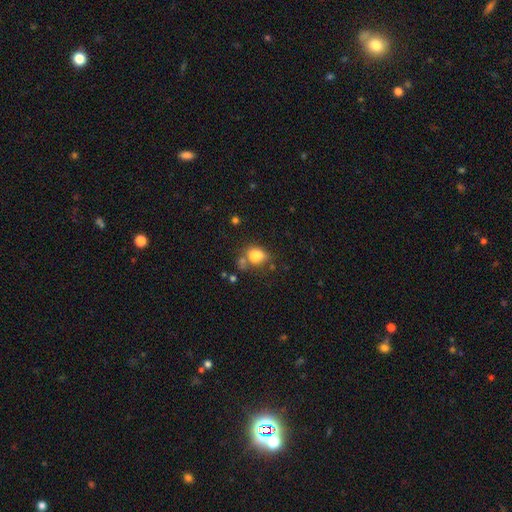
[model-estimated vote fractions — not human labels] A smooth galaxy with no disk features (74%) that is in between round and cigar-shaped (65%). Merging: merger (37%).